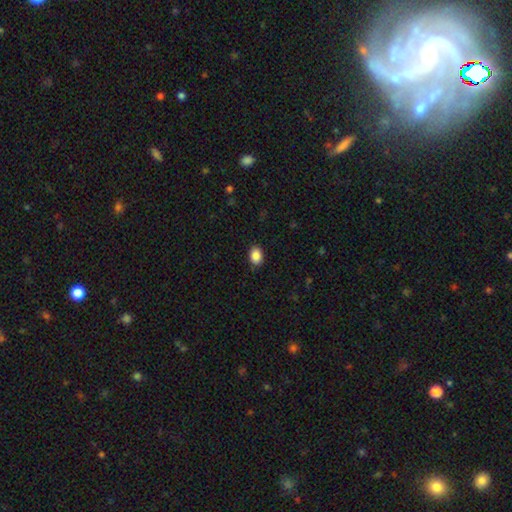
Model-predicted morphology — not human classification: Smooth or featured? Predicted: smooth (p=0.88). How rounded? Predicted: in between (p=0.76). Merging? Predicted: none (p=0.87).